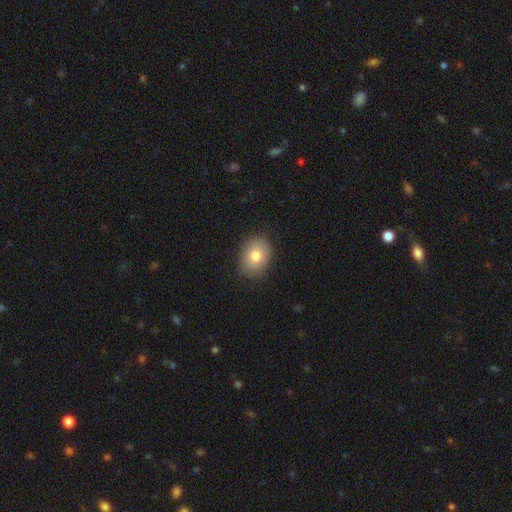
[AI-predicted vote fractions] Overall: smooth (78%). How rounded: in between (64%; round 35%). Merging: none (83%).